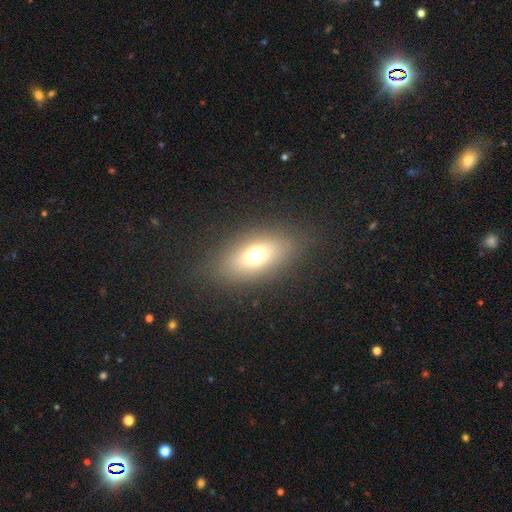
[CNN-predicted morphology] The model was most divided on "smooth or featured": smooth: 64%, featured or disk: 19%, star or artifact: 17%. More confident: merging — none (83%); how rounded — in between (77%).